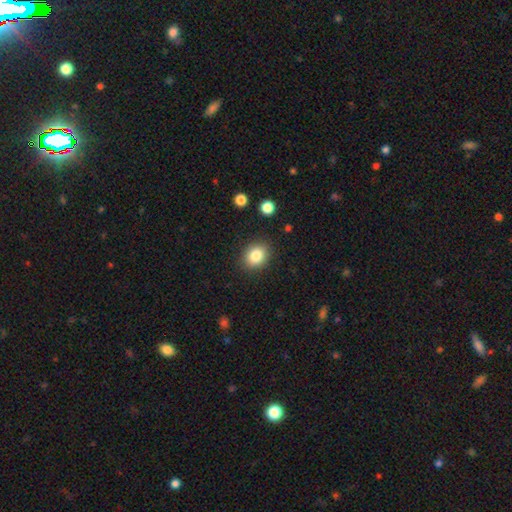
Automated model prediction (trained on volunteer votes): This is clearly a smooth galaxy (84%). How rounded: possibly round (56%). Merging: clearly none (88%).